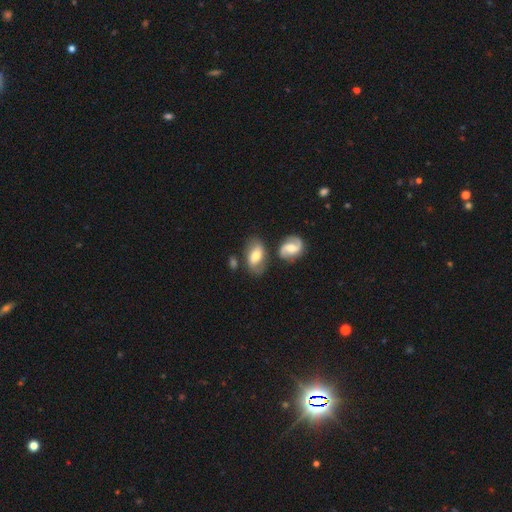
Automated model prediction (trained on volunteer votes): Smooth or featured: smooth — 55% (featured or disk — 38%)
How rounded: in between — 89% (round — 9%)
Merging: none — 61% (minor disturbance — 19%)